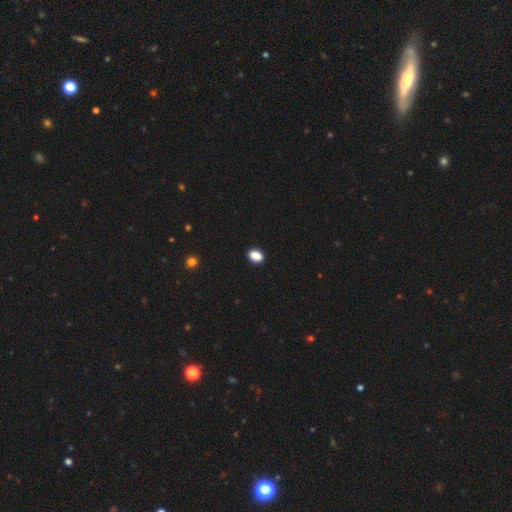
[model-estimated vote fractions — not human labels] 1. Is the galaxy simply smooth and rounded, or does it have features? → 87% smooth, 9% star or artifact, 3% featured or disk.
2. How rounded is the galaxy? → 70% in between, 29% round, 1% cigar-shaped.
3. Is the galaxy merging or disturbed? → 91% none, 7% minor disturbance, 2% major disturbance, 1% merger.